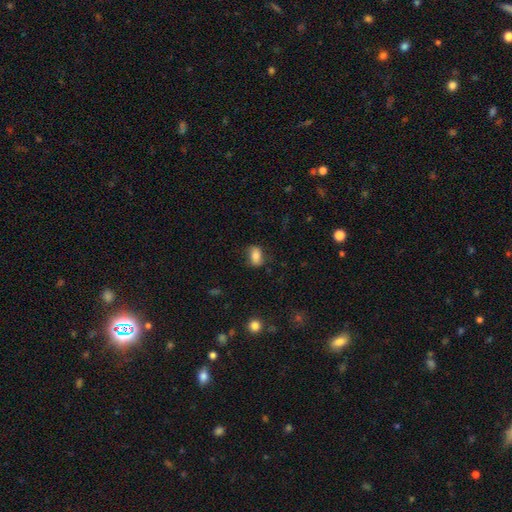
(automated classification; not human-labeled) A smooth galaxy with no disk features (77%) that is in between round and cigar-shaped (83%). Merging: none (74%).